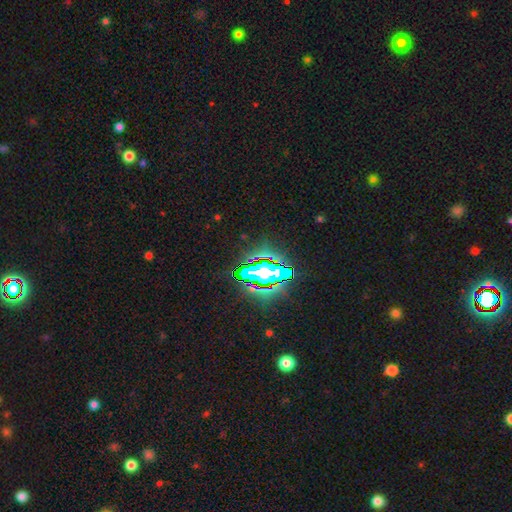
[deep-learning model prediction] A star or artifact, not a galaxy (72%).